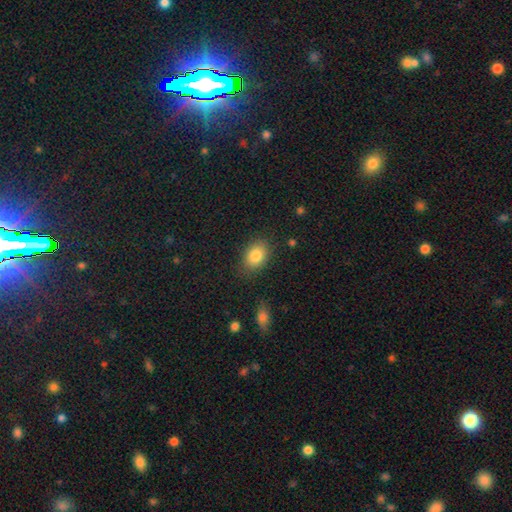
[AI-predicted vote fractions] A smooth galaxy with no disk features (84%) that is in between round and cigar-shaped (77%).

Vote fractions:
- Smooth or featured? smooth: 84% / star or artifact: 8% / featured or disk: 8%
- How rounded? in between: 77% / round: 22% / cigar-shaped: 1%
- Merging? none: 82% / minor disturbance: 13% / major disturbance: 3% / merger: 2%